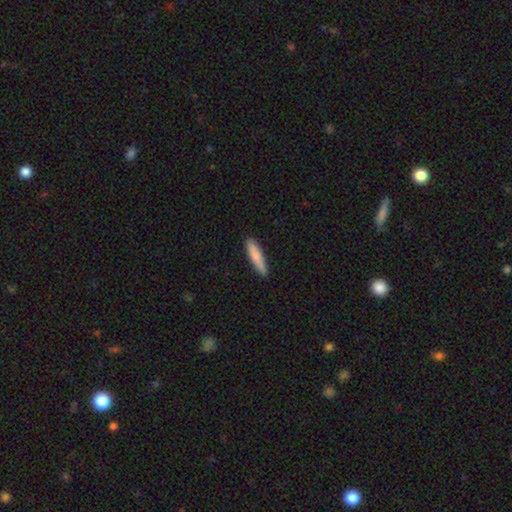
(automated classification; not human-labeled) smooth 82%, featured or disk 13%, star or artifact 6%. Down the decision tree: how rounded — cigar-shaped (84%); merging — none (87%).